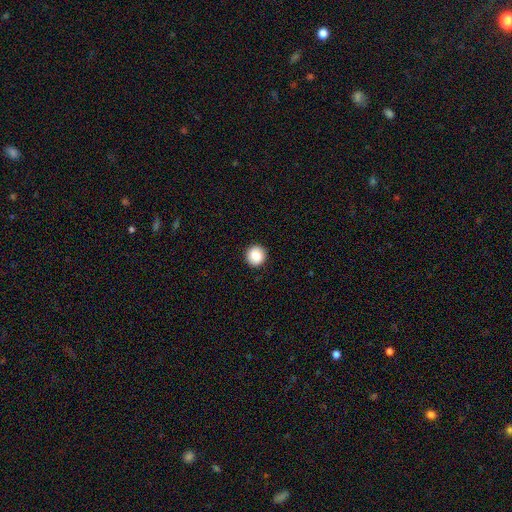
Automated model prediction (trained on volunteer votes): smooth_or_featured: smooth (p=0.87) [alt: star or artifact p=0.08]
how_rounded: round (p=0.94) [alt: in between p=0.05]
merging: none (p=0.93) [alt: minor disturbance p=0.05]